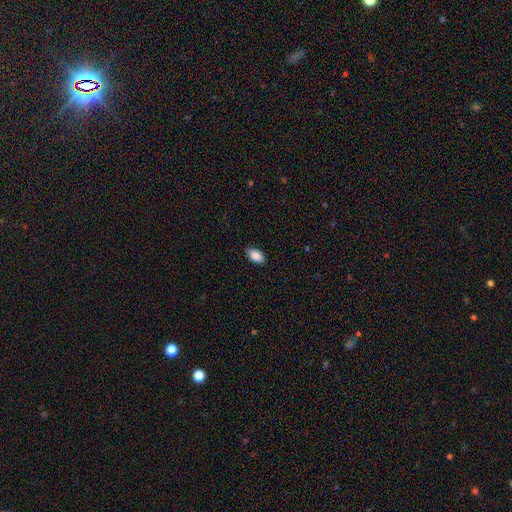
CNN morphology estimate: Overall: smooth (88%). How rounded: in between (94%). Merging: none (86%).